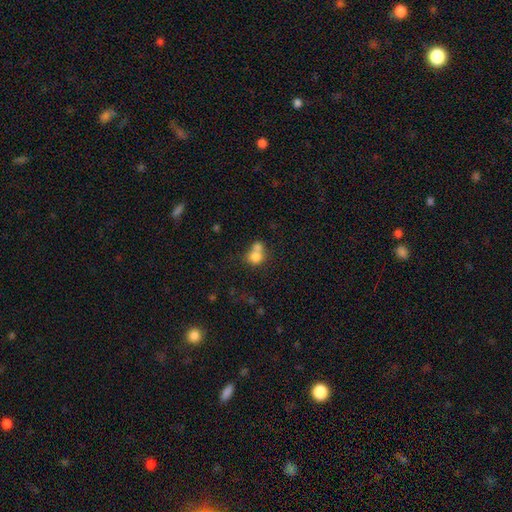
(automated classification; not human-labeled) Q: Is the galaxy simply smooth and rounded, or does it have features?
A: smooth — 77%.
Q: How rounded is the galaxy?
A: round — 74%.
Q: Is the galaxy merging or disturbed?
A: merger — 57%.